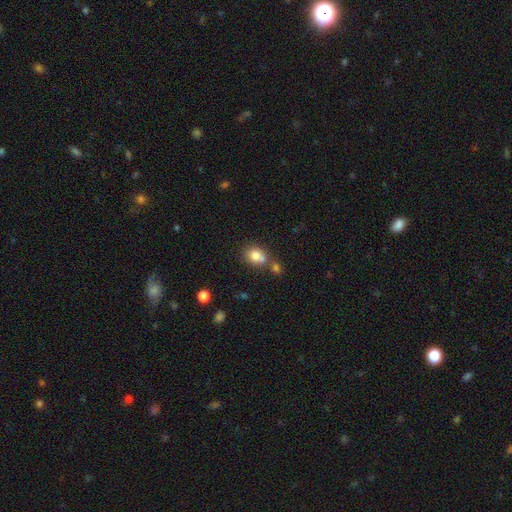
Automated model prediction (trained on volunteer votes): Overall: smooth (80%). How rounded: round (60%; in between 39%). Merging: none (46%; merger 38%).